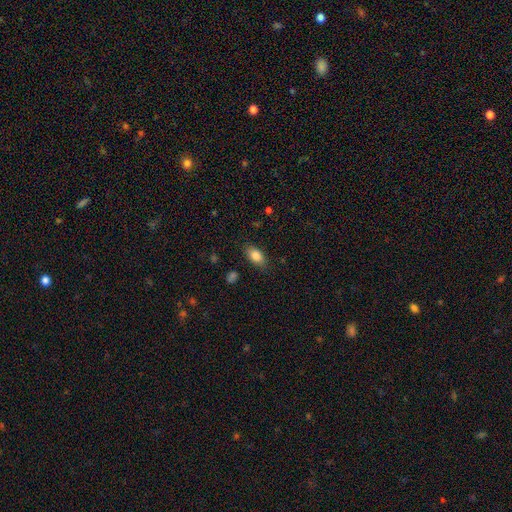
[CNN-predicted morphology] smooth 84%, featured or disk 8%, star or artifact 8%. Down the decision tree: how rounded — in between (89%); merging — none (84%).